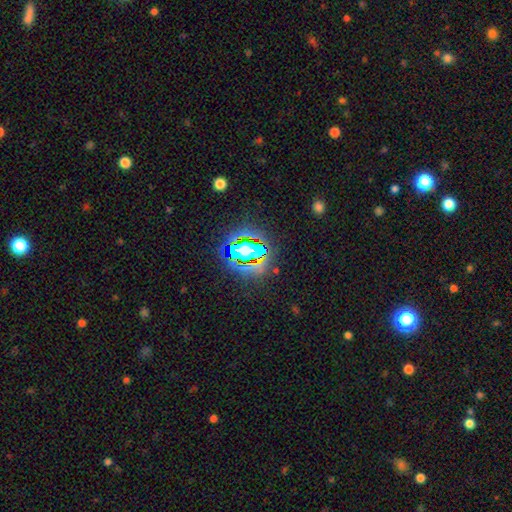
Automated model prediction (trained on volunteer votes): A star or artifact, not a galaxy (69%).

Vote fractions:
- Smooth or featured? star or artifact: 69% / smooth: 19% / featured or disk: 12%